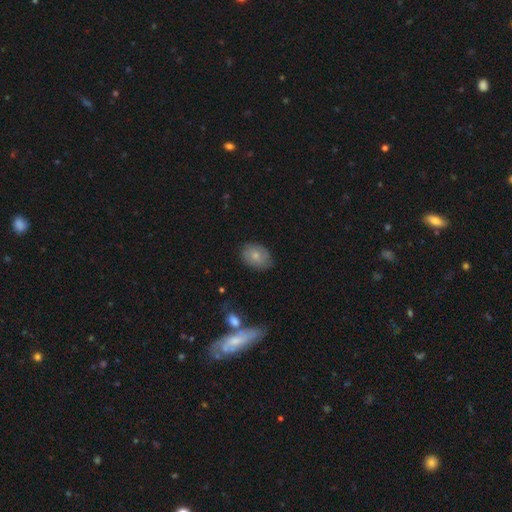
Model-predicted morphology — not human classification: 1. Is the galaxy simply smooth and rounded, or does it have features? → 73% smooth, 19% featured or disk, 7% star or artifact.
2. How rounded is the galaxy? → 75% in between, 24% round, 1% cigar-shaped.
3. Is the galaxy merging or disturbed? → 80% none, 16% minor disturbance, 3% major disturbance, 1% merger.